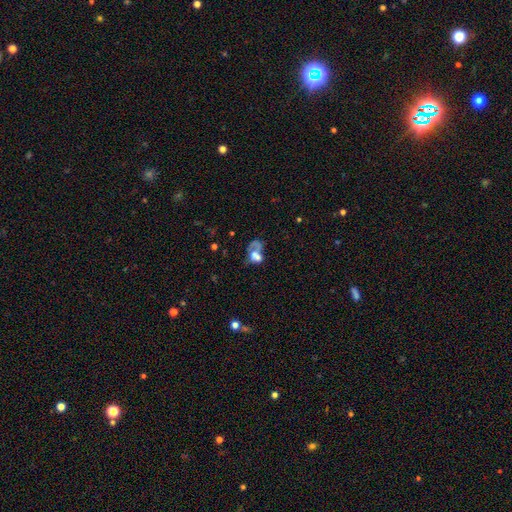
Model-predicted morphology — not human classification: Smooth or featured?
  - smooth: 48% *
  - featured or disk: 36%
  - star or artifact: 16%
Merging?
  - merger: 46% *
  - major disturbance: 26%
  - none: 17%
  - minor disturbance: 11%